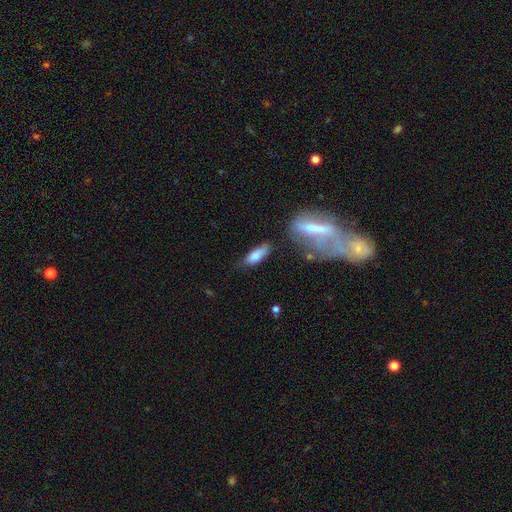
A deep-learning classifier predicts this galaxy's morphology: Smooth or featured? Predicted: smooth (p=0.79). How rounded? Predicted: in between (p=0.63). Merging? Predicted: none (p=0.53).